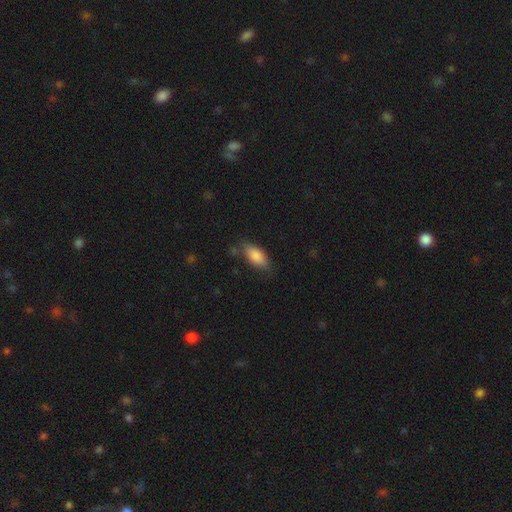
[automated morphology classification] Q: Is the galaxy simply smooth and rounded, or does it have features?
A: smooth — 85%.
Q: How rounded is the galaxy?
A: in between — 87%.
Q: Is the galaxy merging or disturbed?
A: none — 72%.